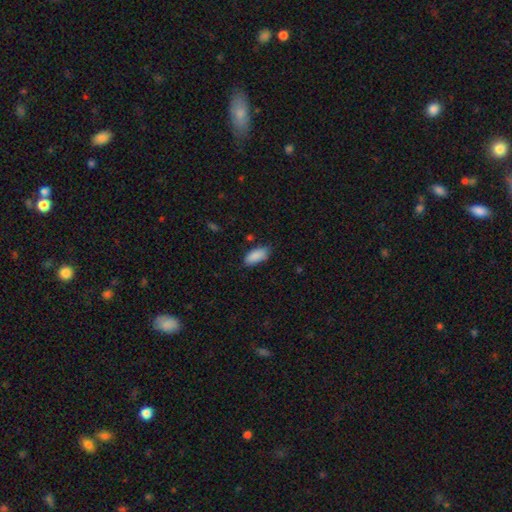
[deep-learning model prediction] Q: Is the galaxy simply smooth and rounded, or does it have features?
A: smooth — 89%.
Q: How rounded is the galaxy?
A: in between — 91%.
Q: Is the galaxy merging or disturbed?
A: none — 72%.